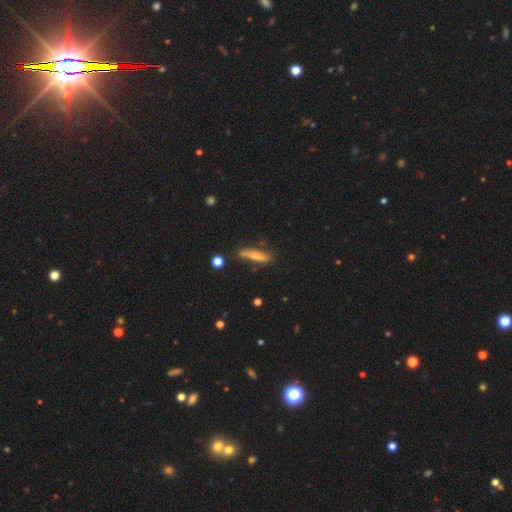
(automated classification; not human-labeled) Overall: smooth (61%; featured or disk 31%). How rounded: cigar-shaped (84%). Merging: none (72%).